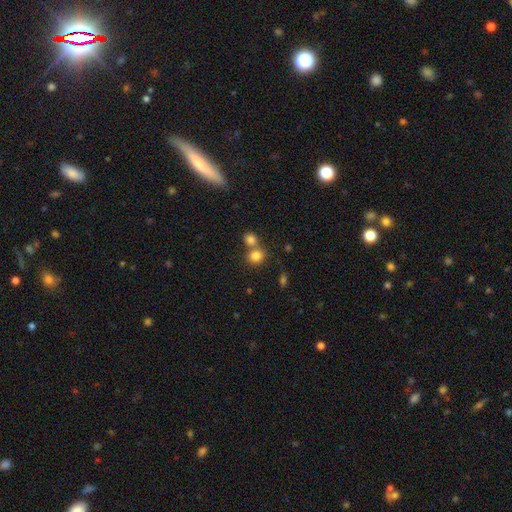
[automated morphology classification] This appears to be a smooth galaxy with no disk features (81%) that is round (82%). Merging: none (53%).